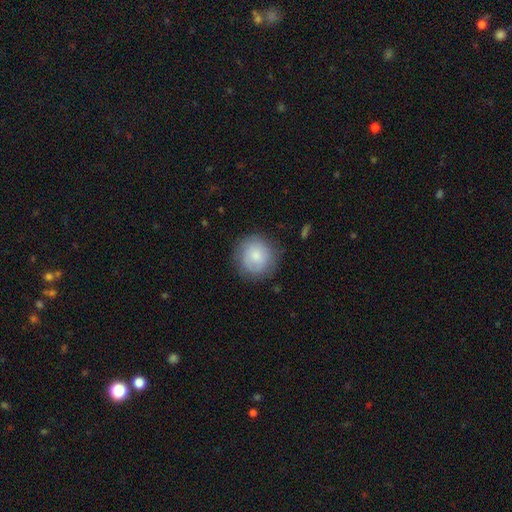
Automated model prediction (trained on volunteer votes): Smooth or featured?
  - smooth: 69% *
  - featured or disk: 24%
  - star or artifact: 7%
How rounded?
  - round: 92% *
  - in between: 7%
  - cigar-shaped: 1%
Merging?
  - none: 79% *
  - minor disturbance: 15%
  - major disturbance: 5%
  - merger: 1%